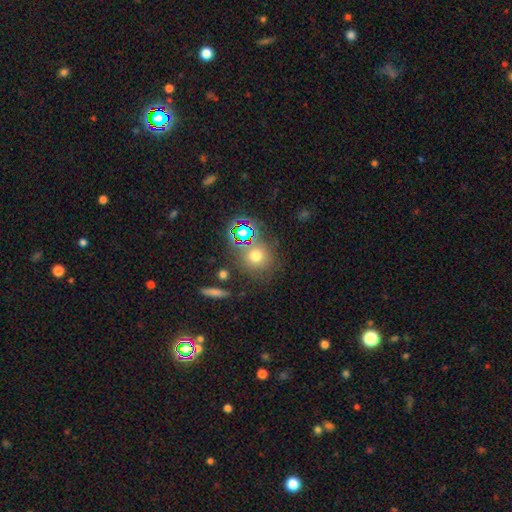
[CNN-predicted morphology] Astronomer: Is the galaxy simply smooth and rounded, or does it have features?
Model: smooth — 65%.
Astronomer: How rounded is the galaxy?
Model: round — 87%.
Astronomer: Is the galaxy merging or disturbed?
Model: none — 74%.